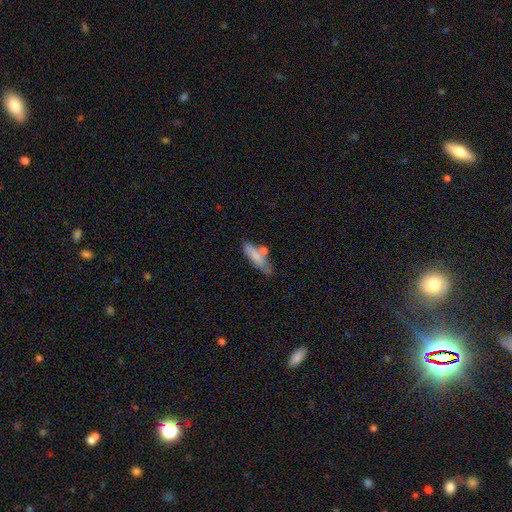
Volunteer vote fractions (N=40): This appears to be a smooth galaxy with no disk features (82%) that is cigar-shaped (58%). Merging: none (66%).